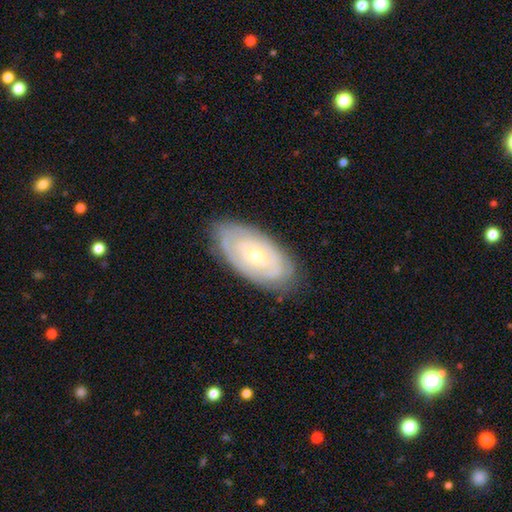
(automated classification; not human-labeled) This appears to be a featured or disk galaxy (69%) with no bar (77%), spiral arms (74%) and a small central bulge (69%). Merging: none (79%).